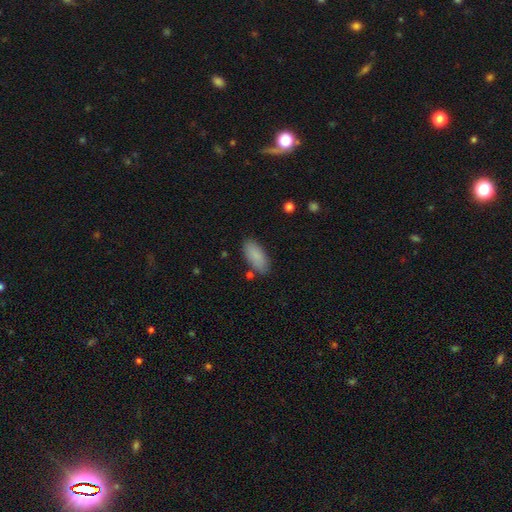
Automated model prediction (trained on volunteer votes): Morphology: type=smooth (87%); roundness=in between (87%); merging=none (81%).